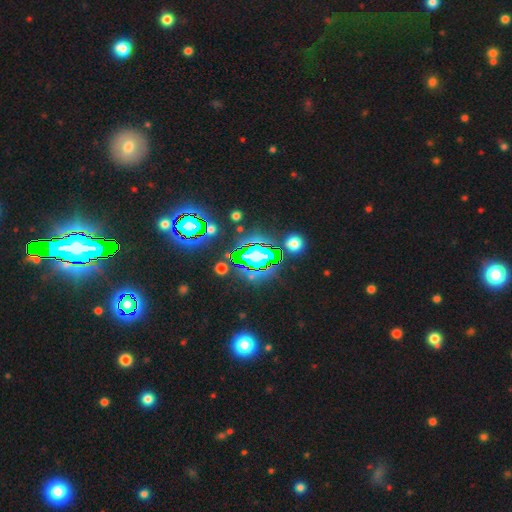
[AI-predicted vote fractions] star or artifact 68%, smooth 20%, featured or disk 12%.